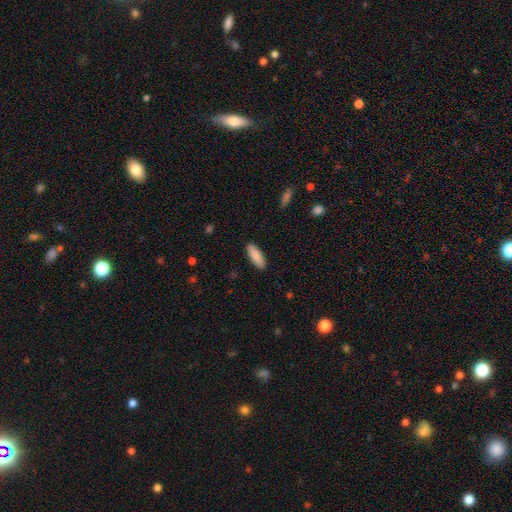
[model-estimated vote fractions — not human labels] A smooth galaxy with no disk features (88%) that is in between round and cigar-shaped (66%).

Vote fractions:
- Smooth or featured? smooth: 88% / featured or disk: 7% / star or artifact: 6%
- How rounded? in between: 66% / cigar-shaped: 32% / round: 2%
- Merging? none: 90% / minor disturbance: 7% / major disturbance: 2% / merger: 1%